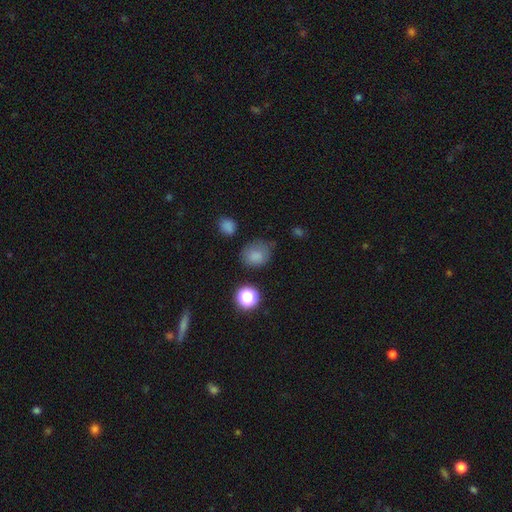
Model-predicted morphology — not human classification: smooth-or-featured: smooth: 79% | star or artifact: 14% | featured or disk: 7%
  how-rounded: round: 59% | in between: 40% | cigar-shaped: 1%
  merging: none: 60% | minor disturbance: 27% | major disturbance: 9% | merger: 4%